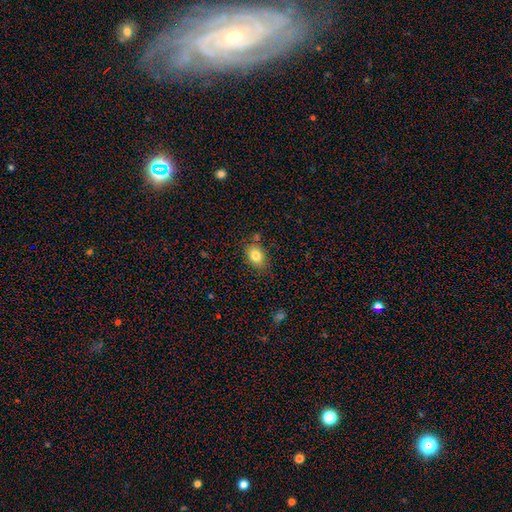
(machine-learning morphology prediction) Smooth or featured? smooth (83%)
How rounded? in between (75%)
Merging? none (78%)